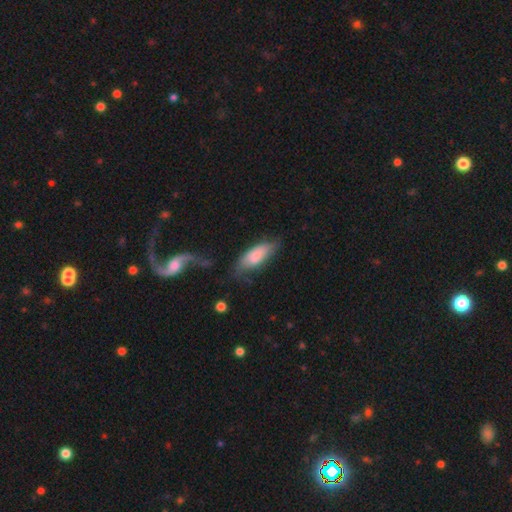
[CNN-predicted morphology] A smooth galaxy with no disk features (77%) that is in between round and cigar-shaped (76%). Merging: none (52%).